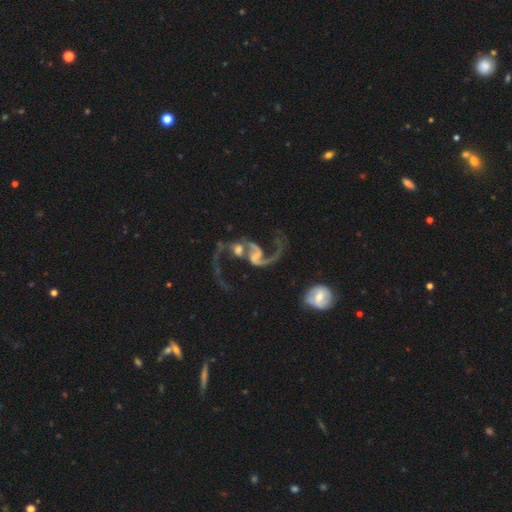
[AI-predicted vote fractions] Morphology: type=featured or disk (90%); edge-on=no (97%); bar=weak (45%); spiral arms=yes (96%); winding=loose (77%); arm count=2 (90%); bulge=small (48%); merging=merger (36%).